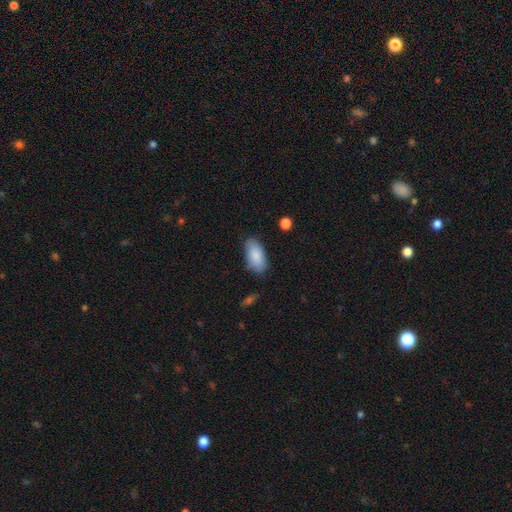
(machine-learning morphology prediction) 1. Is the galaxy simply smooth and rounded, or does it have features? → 87% smooth, 7% featured or disk, 6% star or artifact.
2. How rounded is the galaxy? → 93% in between, 4% cigar-shaped, 3% round.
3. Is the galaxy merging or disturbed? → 74% none, 21% minor disturbance, 4% major disturbance, 2% merger.